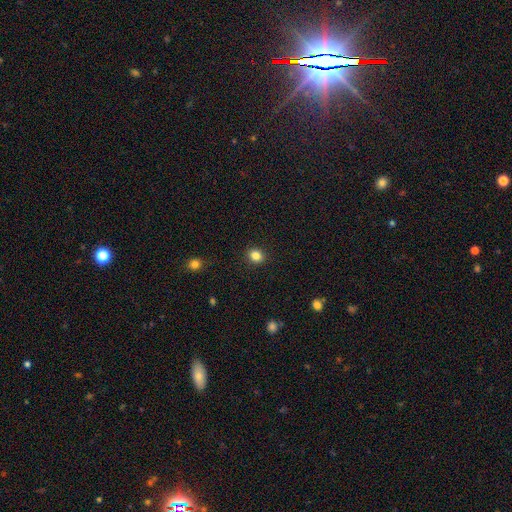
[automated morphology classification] This is clearly a smooth galaxy (84%). How rounded: likely round (72%). Merging: clearly none (91%).